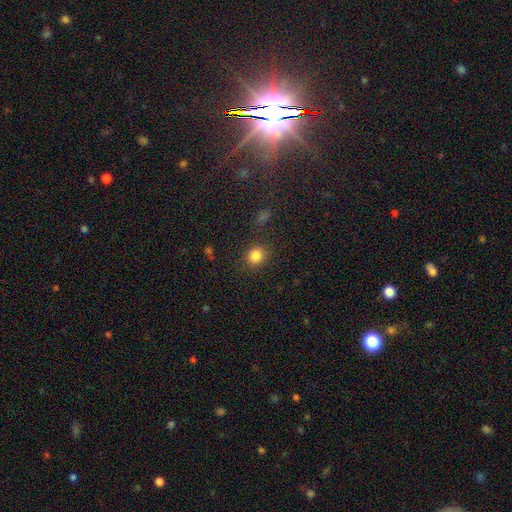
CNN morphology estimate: Smooth or featured?
  - smooth: 84% *
  - star or artifact: 11%
  - featured or disk: 5%
How rounded?
  - round: 70% *
  - in between: 29%
  - cigar-shaped: 1%
Merging?
  - none: 85% *
  - minor disturbance: 9%
  - major disturbance: 3%
  - merger: 2%